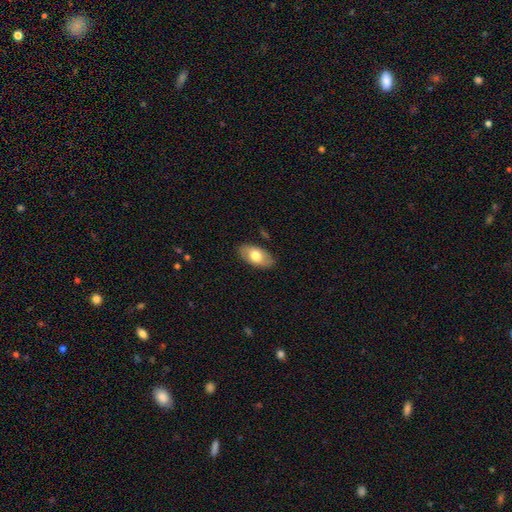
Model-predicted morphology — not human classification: Overall: smooth (69%). How rounded: in between (94%). Merging: none (85%).